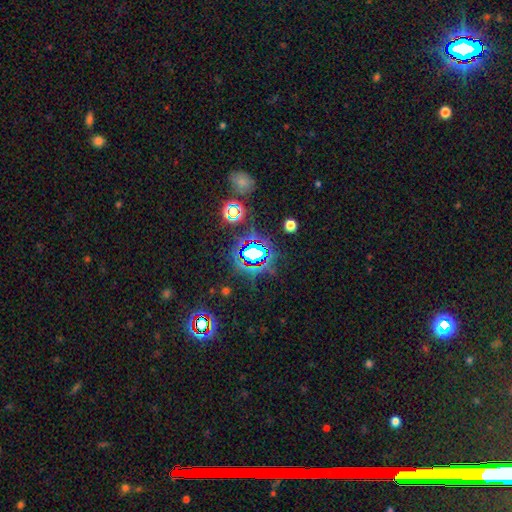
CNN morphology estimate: Smooth or featured: star or artifact — 73% (smooth — 15%)